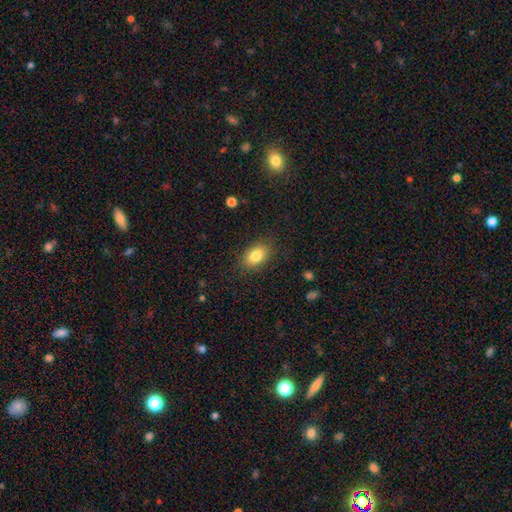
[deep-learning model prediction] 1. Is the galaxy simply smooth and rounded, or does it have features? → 82% smooth, 10% featured or disk, 9% star or artifact.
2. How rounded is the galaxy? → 84% in between, 14% round, 2% cigar-shaped.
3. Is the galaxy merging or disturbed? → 85% none, 11% minor disturbance, 3% major disturbance, 1% merger.